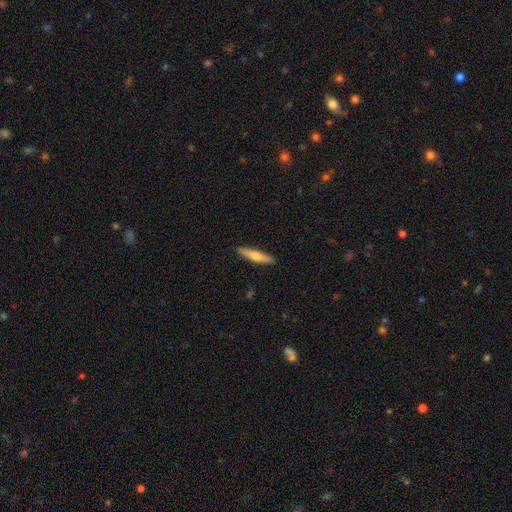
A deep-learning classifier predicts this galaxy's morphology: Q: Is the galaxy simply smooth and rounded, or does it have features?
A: smooth — 64%.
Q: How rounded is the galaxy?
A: cigar-shaped — 83%.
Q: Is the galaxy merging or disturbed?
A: none — 90%.